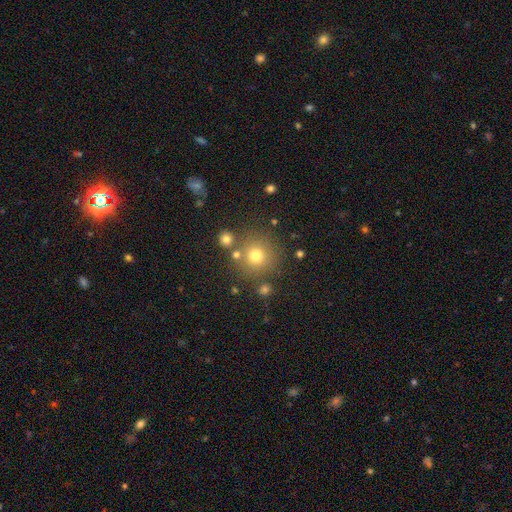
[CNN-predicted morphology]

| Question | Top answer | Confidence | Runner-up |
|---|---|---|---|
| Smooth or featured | smooth | 74% | star or artifact (16%) |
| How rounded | round | 93% | in between (6%) |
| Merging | none | 79% | minor disturbance (9%) |